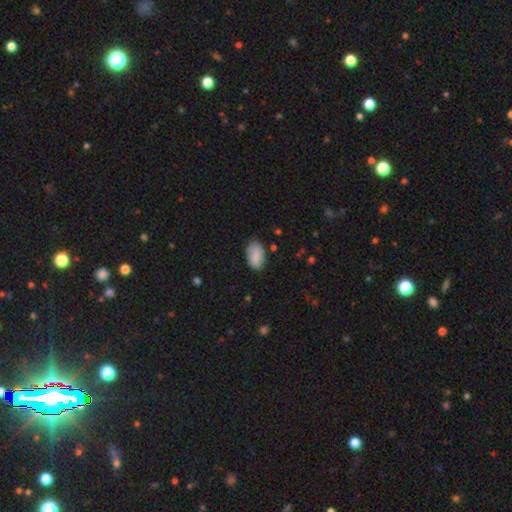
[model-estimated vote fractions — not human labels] Q: Smooth or featured?
A: smooth (86%); runner-up: featured or disk (7%)
Q: How rounded?
A: in between (94%); runner-up: round (5%)
Q: Merging?
A: none (80%); runner-up: minor disturbance (16%)